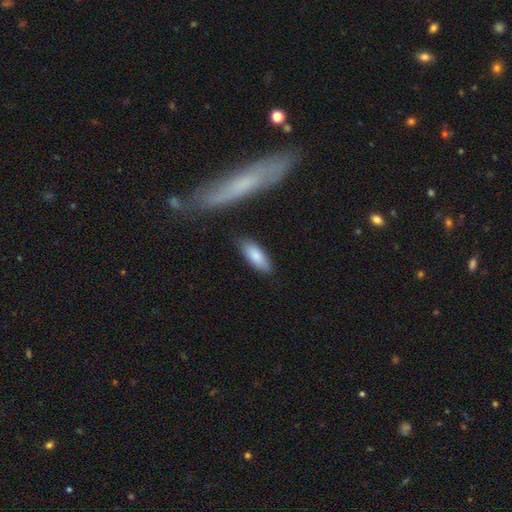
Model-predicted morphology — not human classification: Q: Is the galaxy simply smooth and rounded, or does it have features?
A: smooth — 83%.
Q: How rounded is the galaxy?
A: in between — 72%.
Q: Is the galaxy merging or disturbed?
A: none — 81%.